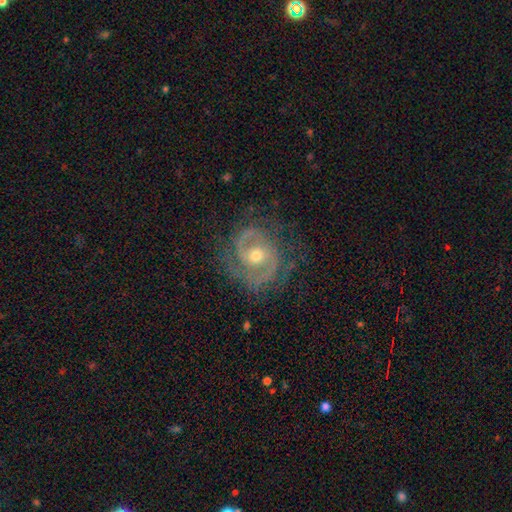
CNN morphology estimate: Overall: featured or disk (88%). Edge-on disk: no (97%). Bar: no (55%; weak 35%). Spiral arms: yes (95%). Spiral arm count: 2 (74%). Spiral winding: tight (45%; medium 44%). Bulge size: moderate (66%; small 28%). Merging: none (70%).